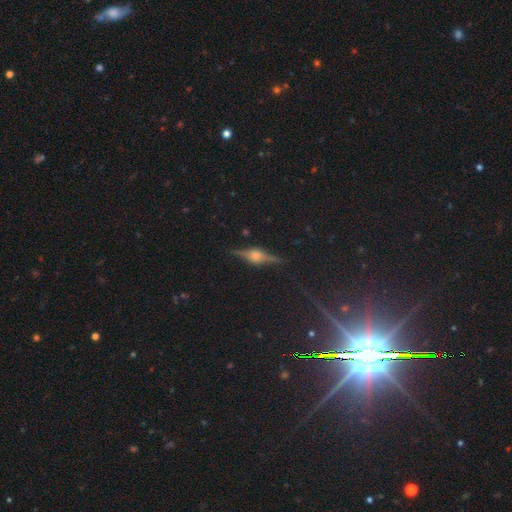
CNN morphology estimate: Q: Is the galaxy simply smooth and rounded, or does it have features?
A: featured or disk — 79%.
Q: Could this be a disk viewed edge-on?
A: yes — 96%.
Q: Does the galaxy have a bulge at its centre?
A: rounded — 87%.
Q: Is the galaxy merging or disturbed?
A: none — 87%.